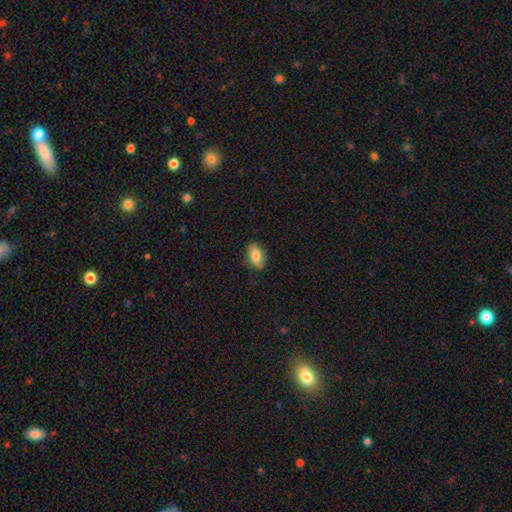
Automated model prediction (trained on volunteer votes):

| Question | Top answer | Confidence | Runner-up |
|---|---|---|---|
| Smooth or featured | smooth | 75% | featured or disk (18%) |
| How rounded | in between | 90% | round (7%) |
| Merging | none | 80% | minor disturbance (16%) |